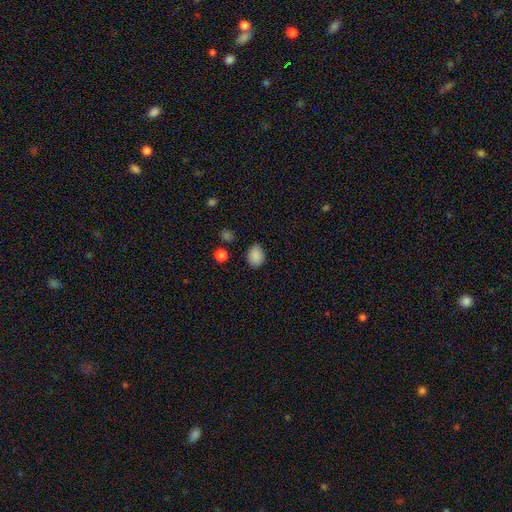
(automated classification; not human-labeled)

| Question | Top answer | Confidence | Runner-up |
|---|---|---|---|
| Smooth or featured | smooth | 87% | star or artifact (9%) |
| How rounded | in between | 65% | round (34%) |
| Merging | none | 81% | minor disturbance (14%) |